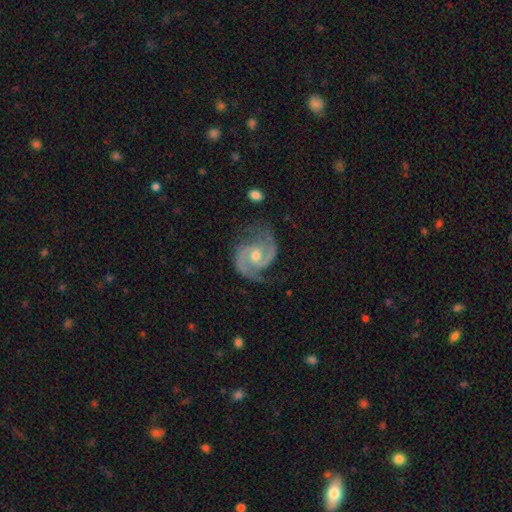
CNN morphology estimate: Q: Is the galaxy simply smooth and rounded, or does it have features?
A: featured or disk — 92%.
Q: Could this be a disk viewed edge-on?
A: no — 98%.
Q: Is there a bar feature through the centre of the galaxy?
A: no — 54%.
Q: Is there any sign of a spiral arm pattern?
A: yes — 98%.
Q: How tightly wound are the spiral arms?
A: medium — 57%.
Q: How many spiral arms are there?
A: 2 — 90%.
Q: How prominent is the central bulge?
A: moderate — 69%.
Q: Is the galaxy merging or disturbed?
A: none — 71%.